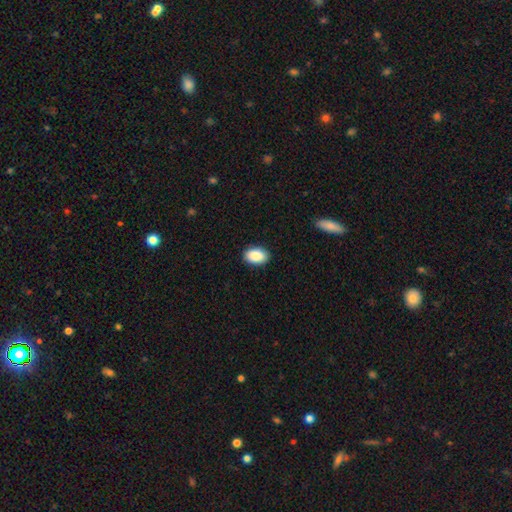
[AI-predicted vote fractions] This is clearly a smooth galaxy (90%). How rounded: clearly in between (90%). Merging: clearly none (89%).